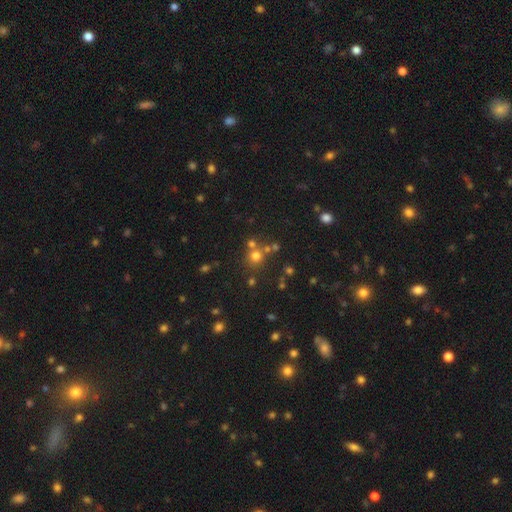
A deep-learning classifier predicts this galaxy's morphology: Q: Smooth or featured?
A: smooth (66%); runner-up: star or artifact (24%)
Q: How rounded?
A: round (89%); runner-up: in between (11%)
Q: Merging?
A: none (65%); runner-up: merger (23%)